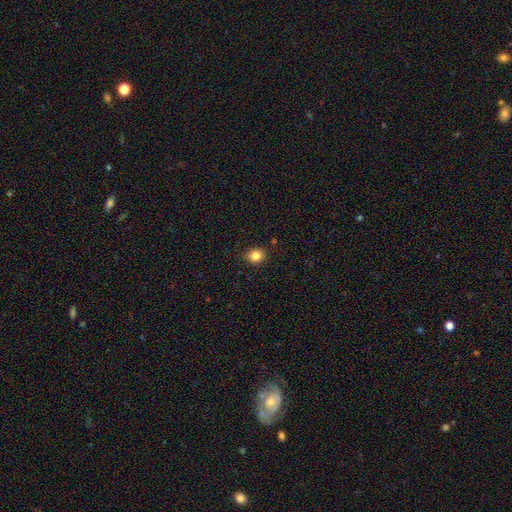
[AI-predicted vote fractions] Smooth or featured?
  - smooth: 84% *
  - star or artifact: 11%
  - featured or disk: 5%
How rounded?
  - round: 67% *
  - in between: 32%
  - cigar-shaped: 1%
Merging?
  - none: 88% *
  - minor disturbance: 9%
  - major disturbance: 2%
  - merger: 1%